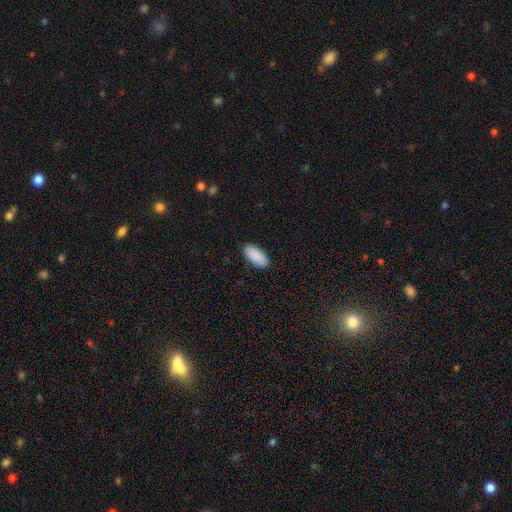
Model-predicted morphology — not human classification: Smooth or featured?
  - smooth: 91% *
  - star or artifact: 6%
  - featured or disk: 3%
How rounded?
  - in between: 92% *
  - cigar-shaped: 7%
  - round: 2%
Merging?
  - none: 90% *
  - minor disturbance: 7%
  - major disturbance: 2%
  - merger: 1%